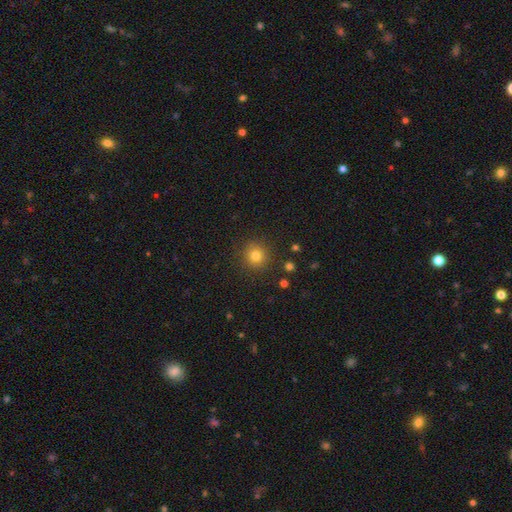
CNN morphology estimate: smooth 81%, star or artifact 13%, featured or disk 6%. Down the decision tree: how rounded — round (93%); merging — none (89%).